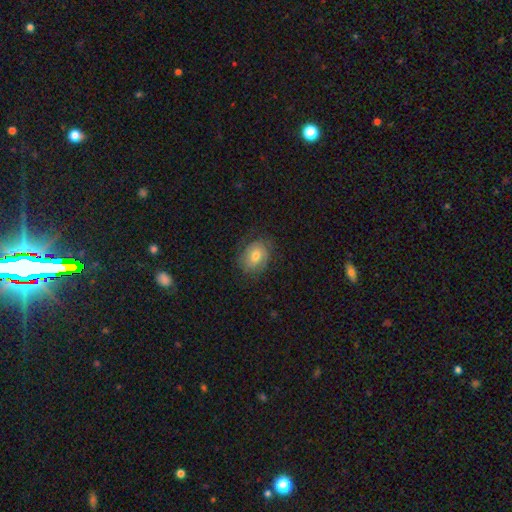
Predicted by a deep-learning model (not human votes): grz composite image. It shows a smooth galaxy with no disk features (57%) that is in between round and cigar-shaped (50%). Merging: none (72%).